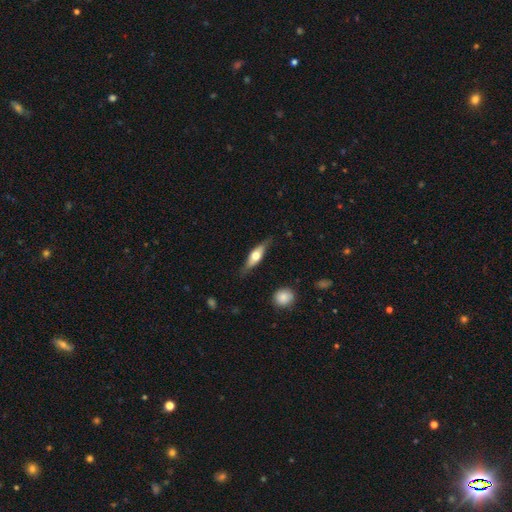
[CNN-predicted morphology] Q: Smooth or featured?
A: smooth (50%); runner-up: featured or disk (44%)
Q: Merging?
A: none (77%); runner-up: minor disturbance (18%)